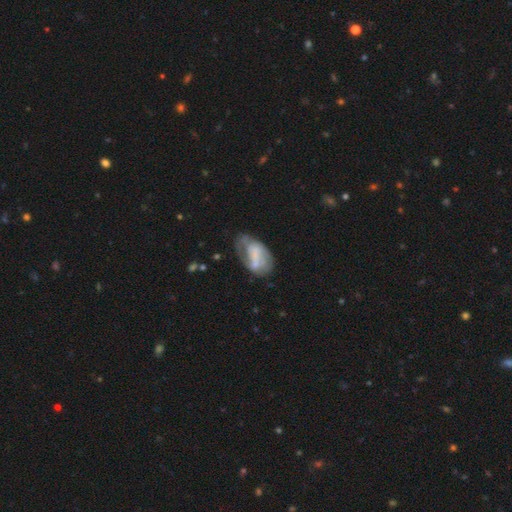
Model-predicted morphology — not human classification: A featured or disk galaxy (51%). Merging: none (36%).